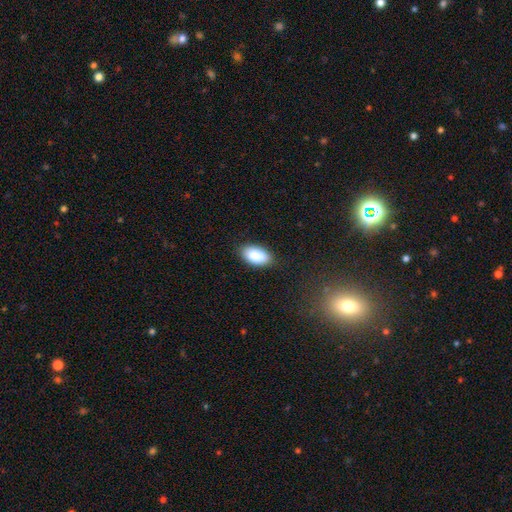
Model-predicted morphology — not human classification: Smooth or featured? smooth (88%)
How rounded? in between (95%)
Merging? none (85%)